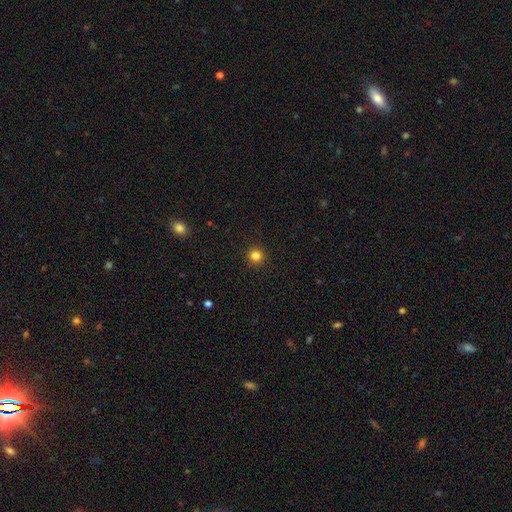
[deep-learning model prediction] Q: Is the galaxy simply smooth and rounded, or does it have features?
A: smooth — 83%.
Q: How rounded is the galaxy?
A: round — 95%.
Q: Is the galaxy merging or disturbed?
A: none — 92%.